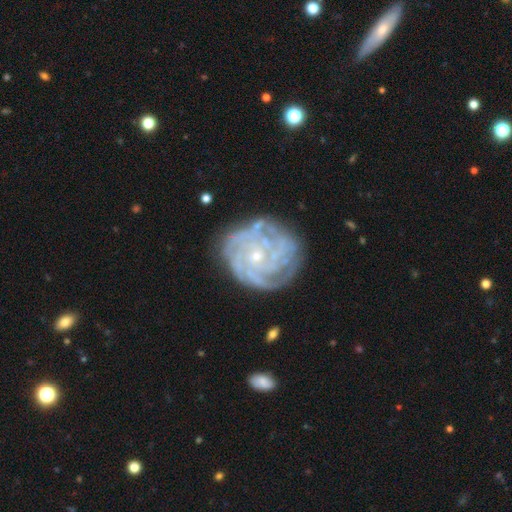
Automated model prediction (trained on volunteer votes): smooth_or_featured: featured or disk (p=0.86) [alt: smooth p=0.07]
disk_edge_on: no (p=0.97) [alt: yes p=0.03]
bar: no (p=0.76) [alt: weak p=0.19]
has_spiral_arms: yes (p=0.97) [alt: no p=0.03]
spiral_winding: tight (p=0.78) [alt: medium p=0.19]
spiral_arm_count: 4 (p=0.27) [tied with: can't tell p=0.27]
bulge_size: small (p=0.73) [alt: moderate p=0.24]
merging: none (p=0.77) [alt: minor disturbance p=0.16]